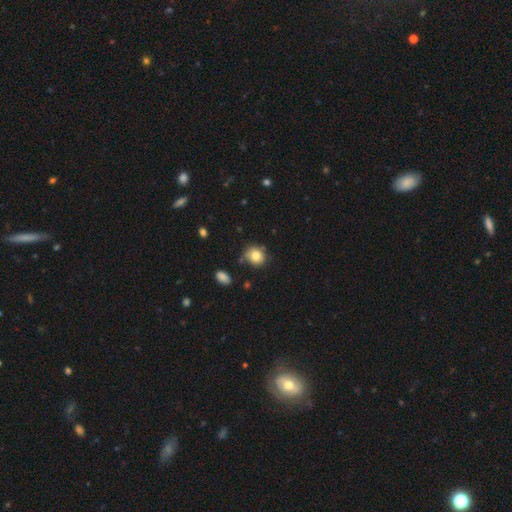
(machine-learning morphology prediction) This is clearly a smooth galaxy (81%). How rounded: likely round (77%). Merging: likely none (75%).